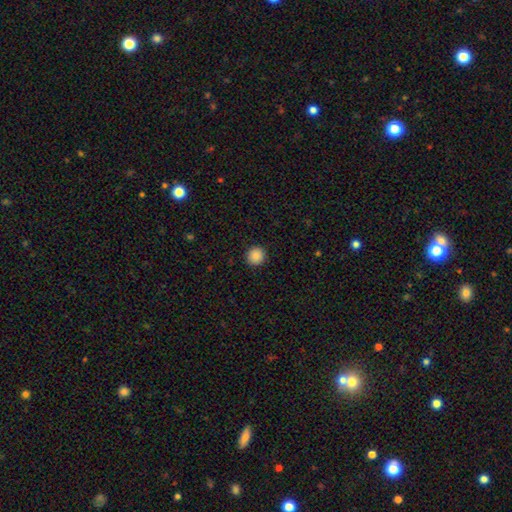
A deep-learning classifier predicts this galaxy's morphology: Overall: smooth (87%). How rounded: round (94%). Merging: none (92%).